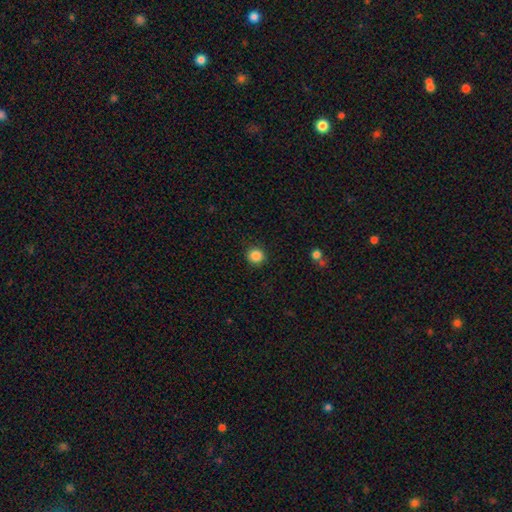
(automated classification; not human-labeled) Smooth or featured?
  - smooth: 87% *
  - star or artifact: 10%
  - featured or disk: 3%
How rounded?
  - round: 93% *
  - in between: 6%
  - cigar-shaped: 1%
Merging?
  - none: 91% *
  - minor disturbance: 6%
  - major disturbance: 2%
  - merger: 1%